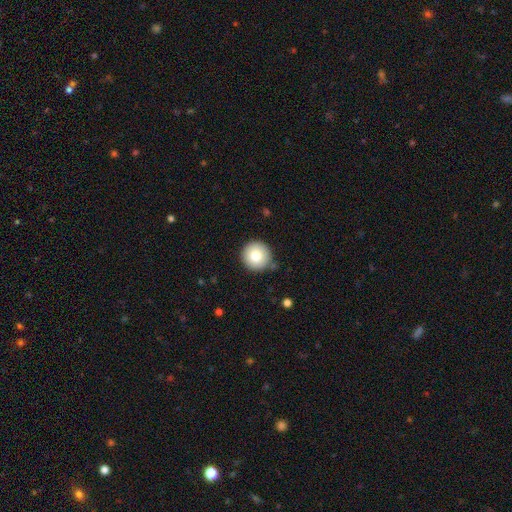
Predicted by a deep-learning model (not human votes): This appears to be a smooth galaxy with no disk features (81%) that is round (95%). Merging: none (86%).